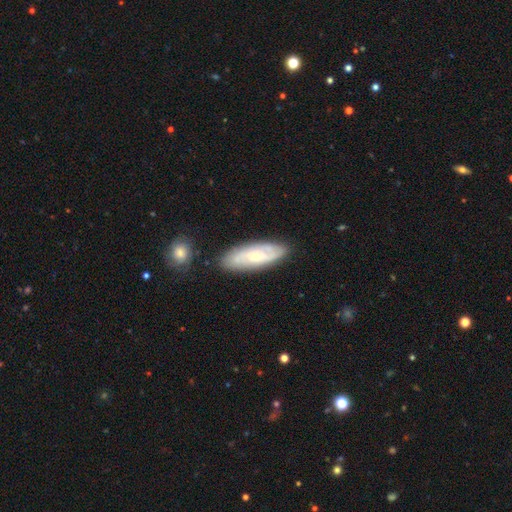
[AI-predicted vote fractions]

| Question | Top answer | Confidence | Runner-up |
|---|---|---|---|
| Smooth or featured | featured or disk | 60% | smooth (33%) |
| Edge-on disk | no | 83% | yes (17%) |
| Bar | no | 66% | weak (27%) |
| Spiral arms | yes | 84% | no (16%) |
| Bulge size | small | 66% | moderate (29%) |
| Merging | none | 82% | minor disturbance (12%) |